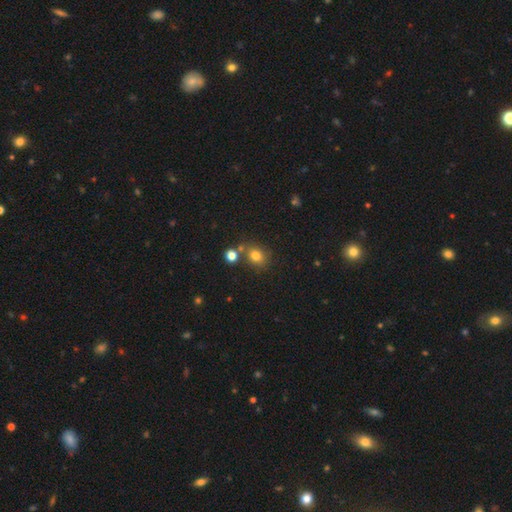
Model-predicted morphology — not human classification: Smooth or featured: smooth — 77% (star or artifact — 15%)
How rounded: round — 66% (in between — 33%)
Merging: none — 68% (merger — 17%)